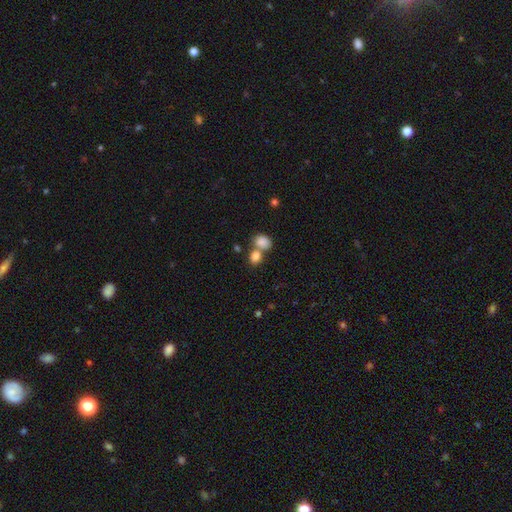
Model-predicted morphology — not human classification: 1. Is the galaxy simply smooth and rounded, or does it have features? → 83% smooth, 9% star or artifact, 8% featured or disk.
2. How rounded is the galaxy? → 51% round, 48% in between, 1% cigar-shaped.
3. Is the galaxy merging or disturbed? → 49% merger, 39% none, 8% minor disturbance, 4% major disturbance.